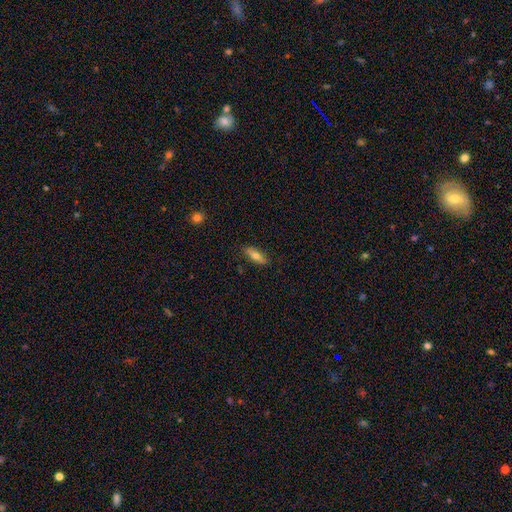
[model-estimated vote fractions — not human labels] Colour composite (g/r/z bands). It shows a smooth galaxy with no disk features (60%) that is cigar-shaped (49%). Merging: none (85%).